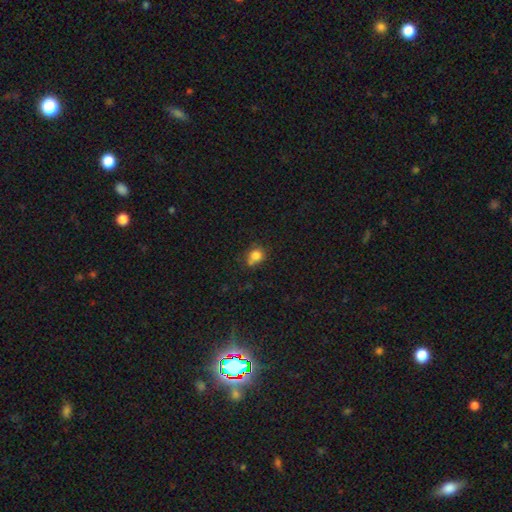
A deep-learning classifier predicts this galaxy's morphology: The model was most divided on "merging": none: 54%, minor disturbance: 24%, merger: 14%, major disturbance: 8%. More confident: smooth or featured — smooth (80%); how rounded — round (69%).